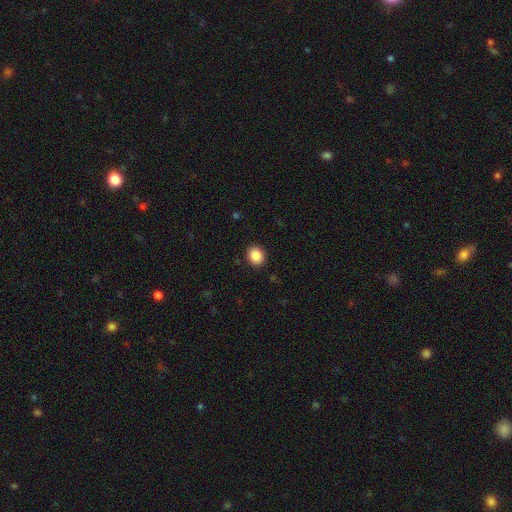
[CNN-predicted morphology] Smooth or featured? smooth (88%)
How rounded? round (68%)
Merging? none (91%)